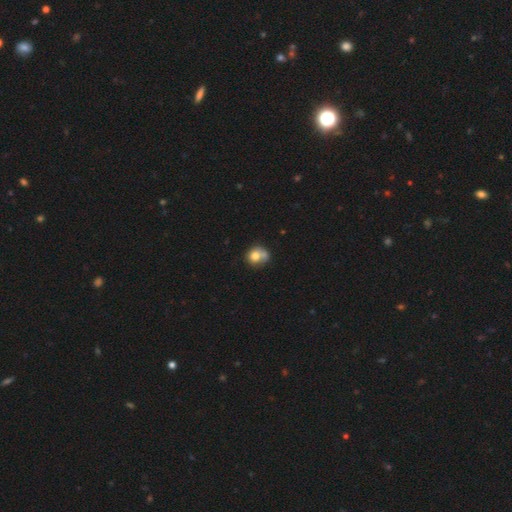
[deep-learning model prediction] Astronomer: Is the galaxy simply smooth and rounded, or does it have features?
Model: smooth — 74%.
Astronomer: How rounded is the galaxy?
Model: round — 72%.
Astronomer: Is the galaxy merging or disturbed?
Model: none — 42% (runner-up: merger, 26%).